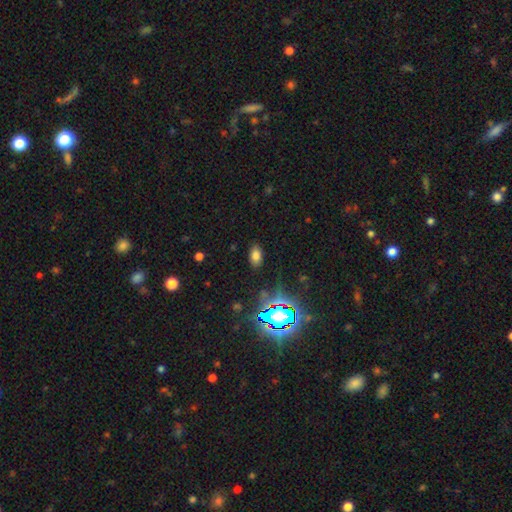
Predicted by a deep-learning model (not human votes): Smooth or featured: smooth — 70% (star or artifact — 22%)
How rounded: in between — 91% (round — 7%)
Merging: none — 85% (minor disturbance — 10%)